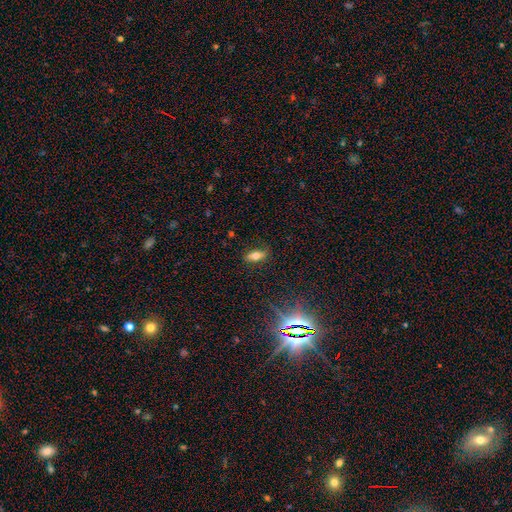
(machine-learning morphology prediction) Smooth or featured?
  - smooth: 59% *
  - featured or disk: 27%
  - star or artifact: 14%
How rounded?
  - in between: 76% *
  - cigar-shaped: 20%
  - round: 4%
Merging?
  - none: 82% *
  - minor disturbance: 13%
  - major disturbance: 3%
  - merger: 1%